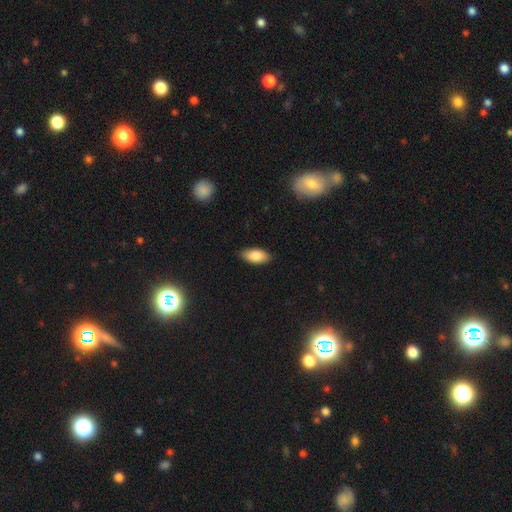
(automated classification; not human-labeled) This is clearly a smooth galaxy (85%). How rounded: clearly in between (90%). Merging: clearly none (86%).